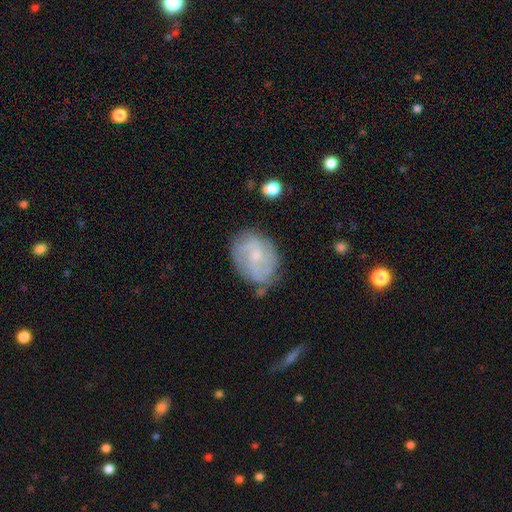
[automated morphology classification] A featured or disk galaxy (64%) with no bar (65%), tight (40%, tied with medium) spiral arms (84%) and a small central bulge (66%). Merging: none (69%).